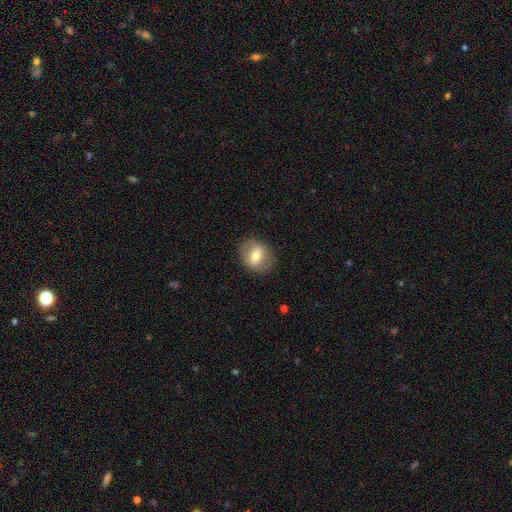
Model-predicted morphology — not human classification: Q: Smooth or featured?
A: smooth (60%); runner-up: featured or disk (32%)
Q: How rounded?
A: round (51%); runner-up: in between (47%)
Q: Merging?
A: none (83%); runner-up: minor disturbance (12%)